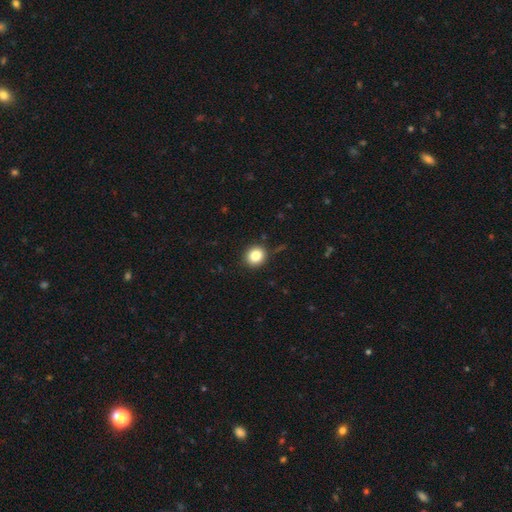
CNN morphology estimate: Smooth or featured? smooth (84%)
How rounded? round (81%)
Merging? none (89%)